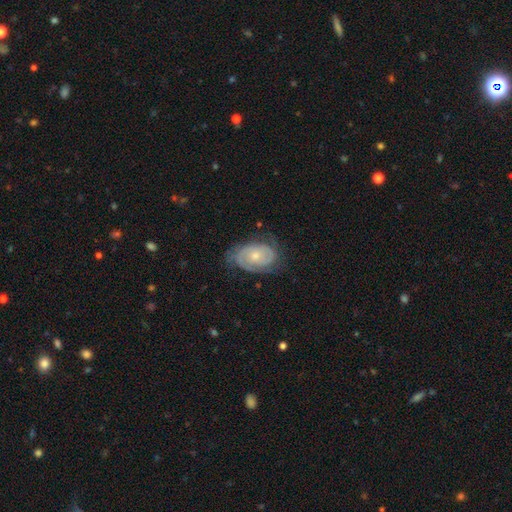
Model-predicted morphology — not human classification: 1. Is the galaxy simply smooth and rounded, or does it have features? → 79% featured or disk, 15% smooth, 6% star or artifact.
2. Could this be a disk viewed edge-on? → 96% no, 4% yes.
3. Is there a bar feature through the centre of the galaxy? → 74% no, 22% weak, 4% strong.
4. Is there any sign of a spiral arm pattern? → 93% yes, 7% no.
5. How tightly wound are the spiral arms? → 67% tight, 26% medium, 7% loose.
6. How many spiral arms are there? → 55% 2, 24% can't tell, 10% 3, 7% 1, 3% 4, 2% more than 4.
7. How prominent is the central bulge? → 51% small, 44% moderate, 2% none, 2% large, 1% dominant.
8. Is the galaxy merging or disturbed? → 68% none, 22% minor disturbance, 9% major disturbance, 1% merger.